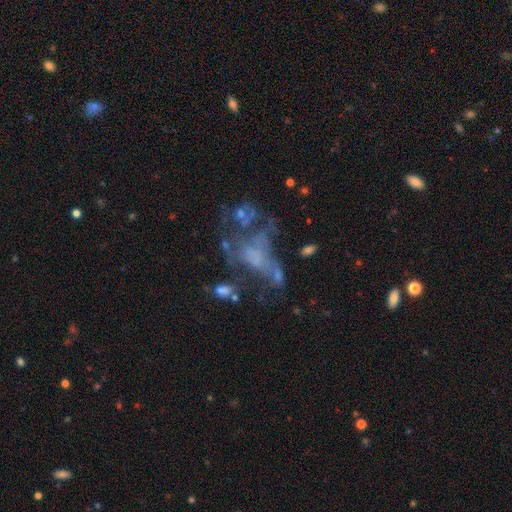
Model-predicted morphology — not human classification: This is possibly a featured or disk galaxy (59%). It is clearly not viewed edge-on (96%). Bar: clearly no (85%). Spiral arm pattern: clearly no (81%). Central bulge: likely none (67%). Merging: marginally major disturbance (38%).